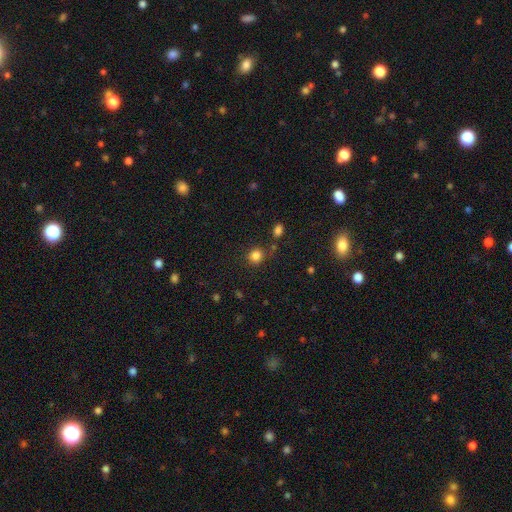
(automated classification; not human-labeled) The model was most divided on "merging": none: 80%, minor disturbance: 10%, merger: 7%, major disturbance: 4%. More confident: how rounded — round (85%); smooth or featured — smooth (83%).